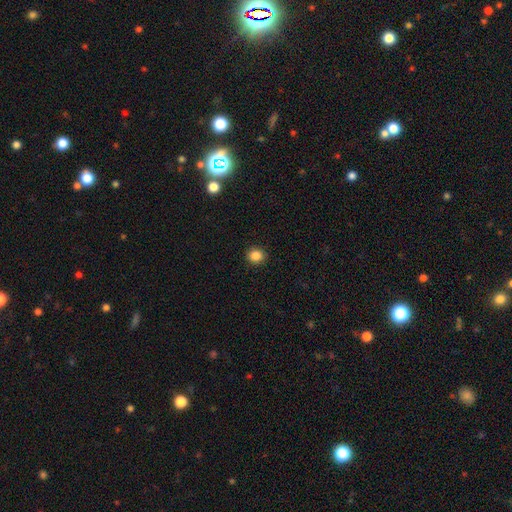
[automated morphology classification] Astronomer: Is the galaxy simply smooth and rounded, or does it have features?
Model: smooth — 86%.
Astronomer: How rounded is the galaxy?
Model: round — 78%.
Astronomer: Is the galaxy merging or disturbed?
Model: none — 91%.